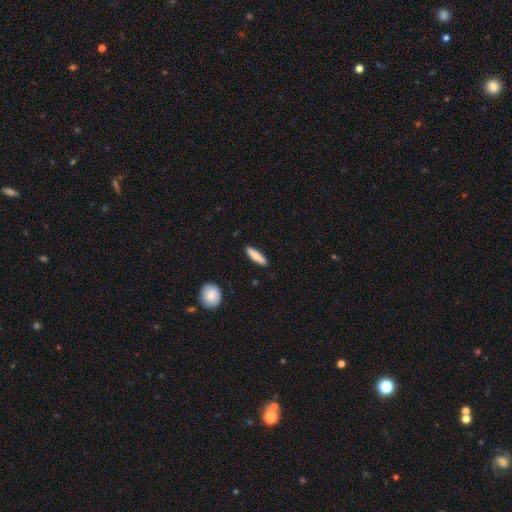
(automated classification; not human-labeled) Overall: smooth (78%). How rounded: cigar-shaped (75%). Merging: none (90%).